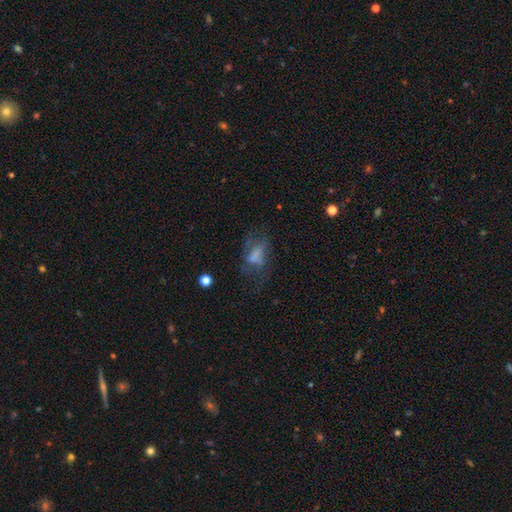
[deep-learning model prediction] Smooth or featured? Predicted: smooth (p=0.43). Merging? Predicted: major disturbance (p=0.39).